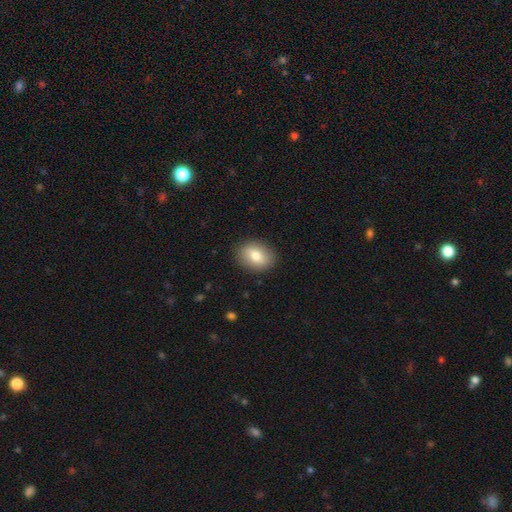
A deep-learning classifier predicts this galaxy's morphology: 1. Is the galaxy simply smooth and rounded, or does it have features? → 77% smooth, 16% featured or disk, 8% star or artifact.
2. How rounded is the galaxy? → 59% in between, 40% round, 1% cigar-shaped.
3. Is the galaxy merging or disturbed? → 89% none, 8% minor disturbance, 2% major disturbance, 1% merger.